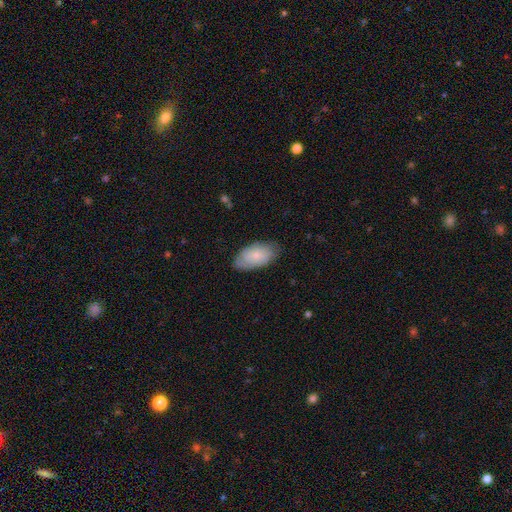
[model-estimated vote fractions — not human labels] Morphology: type=smooth (71%); roundness=in between (94%); merging=none (75%).